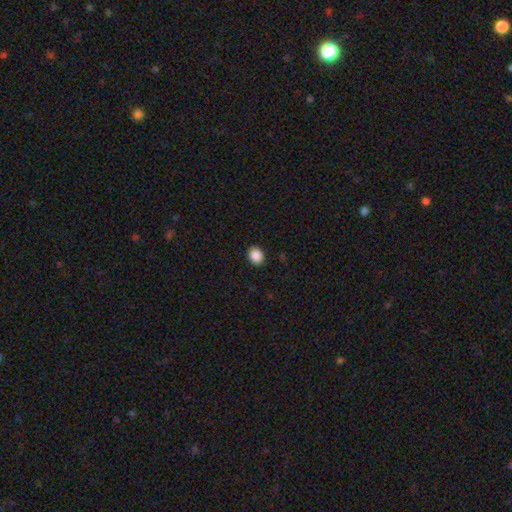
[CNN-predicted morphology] smooth-or-featured: smooth: 88% | star or artifact: 9% | featured or disk: 3%
  how-rounded: round: 65% | in between: 34% | cigar-shaped: 1%
  merging: none: 91% | minor disturbance: 6% | major disturbance: 2% | merger: 1%